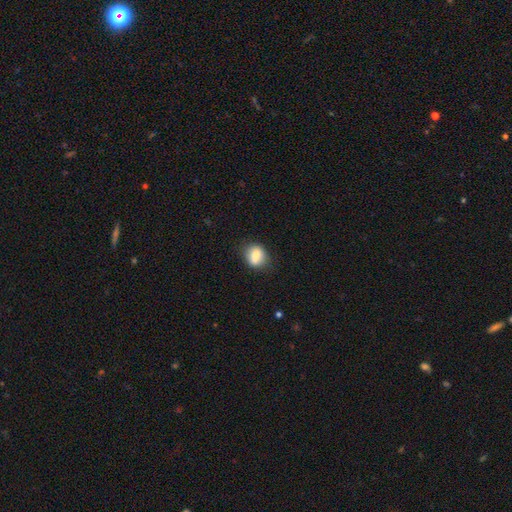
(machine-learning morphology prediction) This is clearly a smooth galaxy (81%). How rounded: possibly round (52%). Merging: likely none (74%).